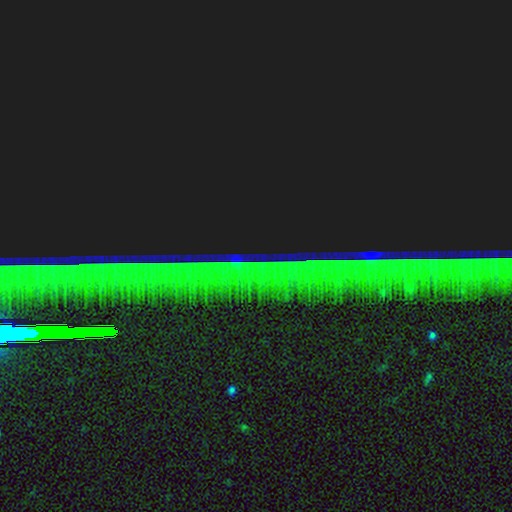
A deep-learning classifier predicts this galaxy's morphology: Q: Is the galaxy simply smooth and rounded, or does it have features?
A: star or artifact — 85%.